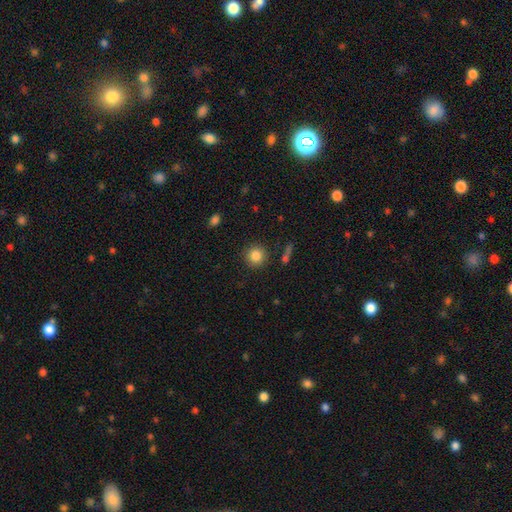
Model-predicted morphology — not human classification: Smooth or featured? Predicted: smooth (p=0.84). How rounded? Predicted: round (p=0.93). Merging? Predicted: none (p=0.88).